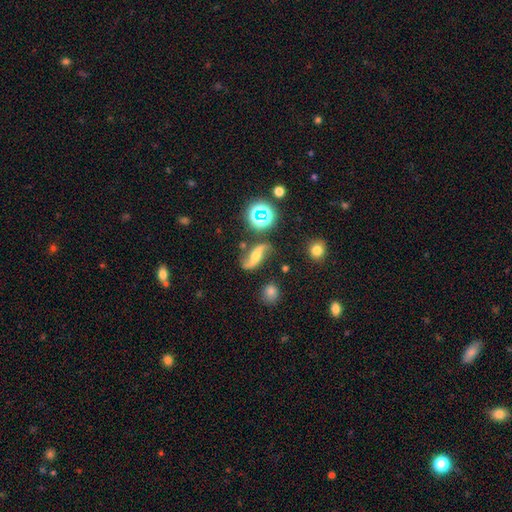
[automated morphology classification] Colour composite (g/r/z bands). It shows a featured or disk galaxy (78%) with no bar (47%), 2 (93%) loose (87%) spiral arms (95%) and a moderate central bulge (55%). Merging: none (75%).